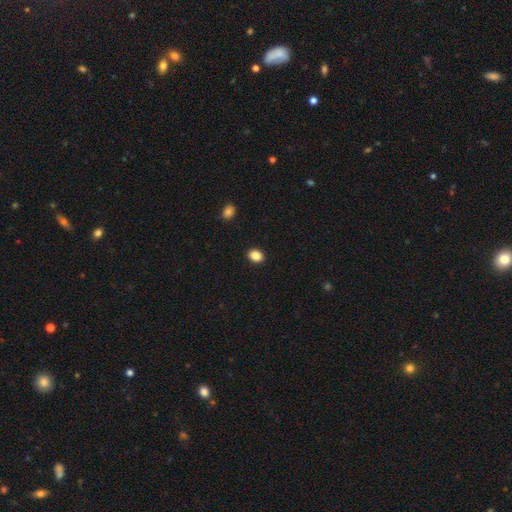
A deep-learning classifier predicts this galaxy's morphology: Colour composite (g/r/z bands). It shows a smooth galaxy with no disk features (87%) that is in between round and cigar-shaped (55%). Merging: none (91%).